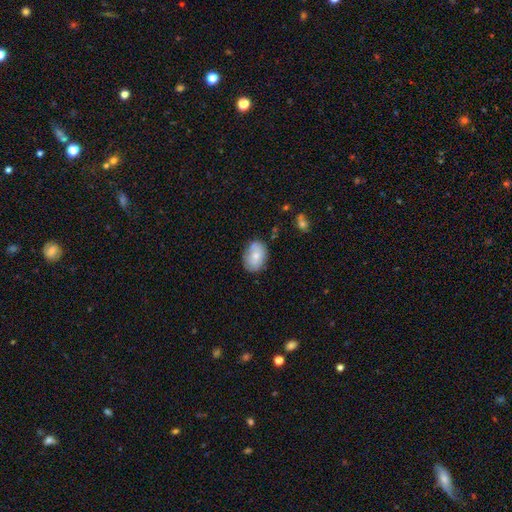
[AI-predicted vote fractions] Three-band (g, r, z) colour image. It shows a smooth galaxy with no disk features (71%) that is in between round and cigar-shaped (79%). Merging: none (73%).